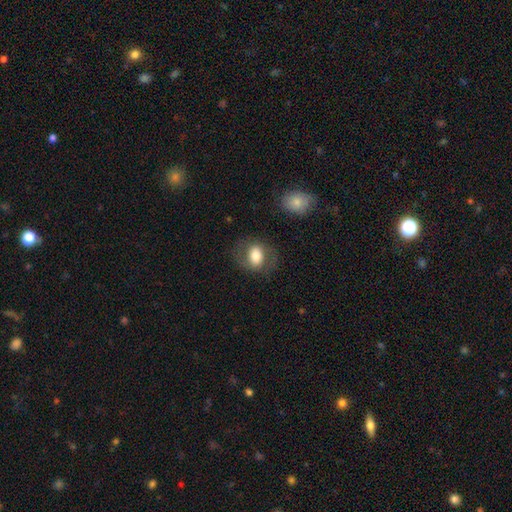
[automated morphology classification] Smooth or featured: smooth — 65% (featured or disk — 28%)
How rounded: in between — 63% (round — 36%)
Merging: none — 73% (minor disturbance — 15%)